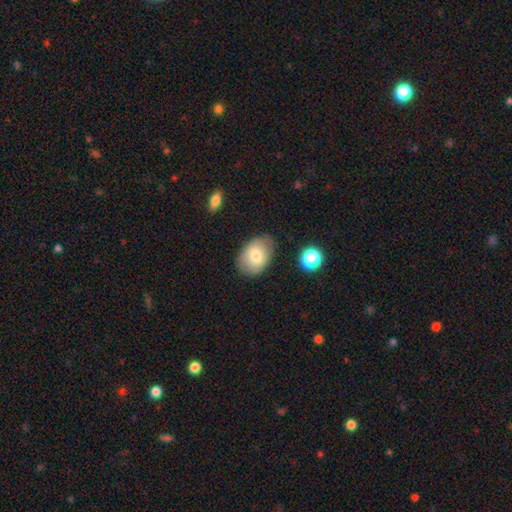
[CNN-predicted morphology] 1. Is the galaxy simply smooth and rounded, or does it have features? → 74% smooth, 18% featured or disk, 8% star or artifact.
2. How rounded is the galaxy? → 80% in between, 19% round, 1% cigar-shaped.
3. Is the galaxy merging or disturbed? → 76% none, 18% minor disturbance, 4% major disturbance, 2% merger.